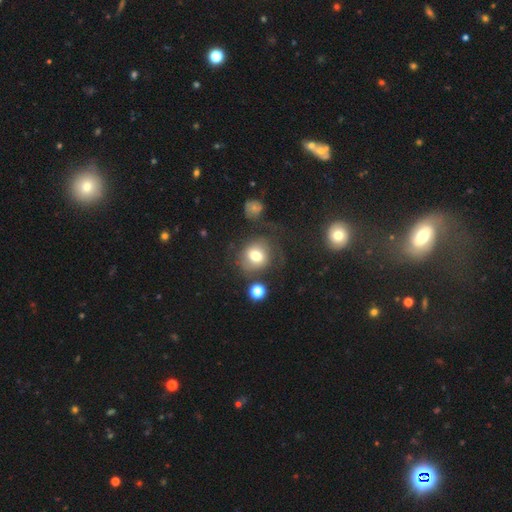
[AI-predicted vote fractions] A smooth galaxy with no disk features (68%) that is round (77%).

Vote fractions:
- Smooth or featured? smooth: 68% / featured or disk: 20% / star or artifact: 12%
- How rounded? round: 77% / in between: 22% / cigar-shaped: 1%
- Merging? none: 58% / minor disturbance: 19% / major disturbance: 17% / merger: 7%